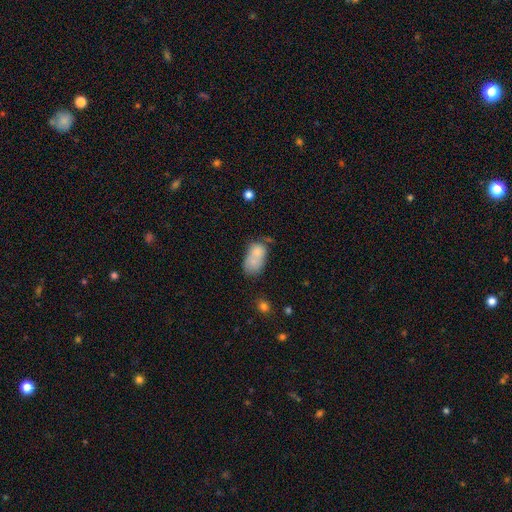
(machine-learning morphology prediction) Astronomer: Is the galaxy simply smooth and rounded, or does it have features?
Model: smooth — 74%.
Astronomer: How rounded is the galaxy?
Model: in between — 85%.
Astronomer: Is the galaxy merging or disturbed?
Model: merger — 43% (runner-up: none, 28%).